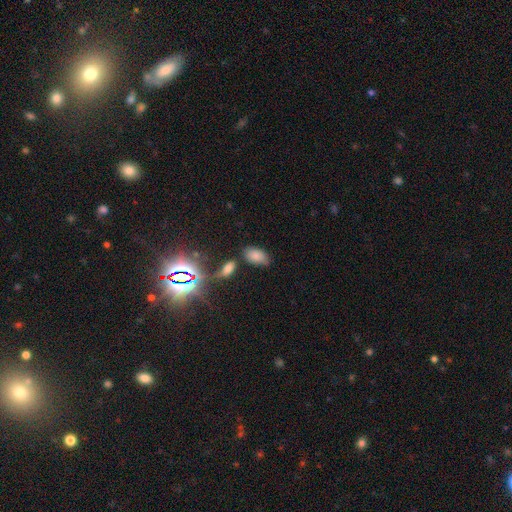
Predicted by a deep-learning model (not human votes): Smooth or featured: smooth — 77% (star or artifact — 15%)
How rounded: in between — 93% (round — 4%)
Merging: none — 69% (minor disturbance — 16%)